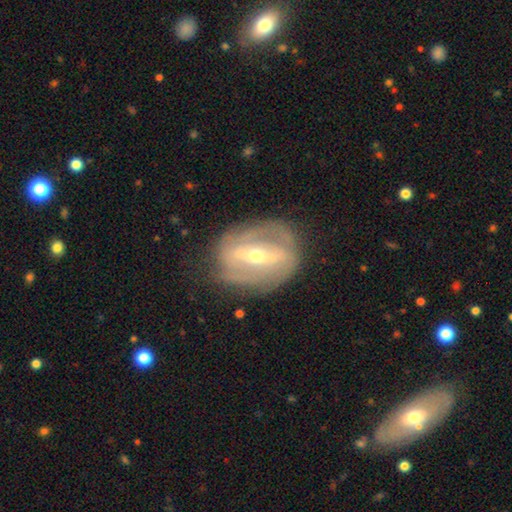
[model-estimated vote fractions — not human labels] featured or disk 83%, smooth 11%, star or artifact 6%. Down the decision tree: edge-on disk — no (92%); bar — strong (70%); spiral arms — yes (72%); spiral arm count — 2 (66%); spiral winding — tight (48%); bulge size — small (50%); merging — none (73%).